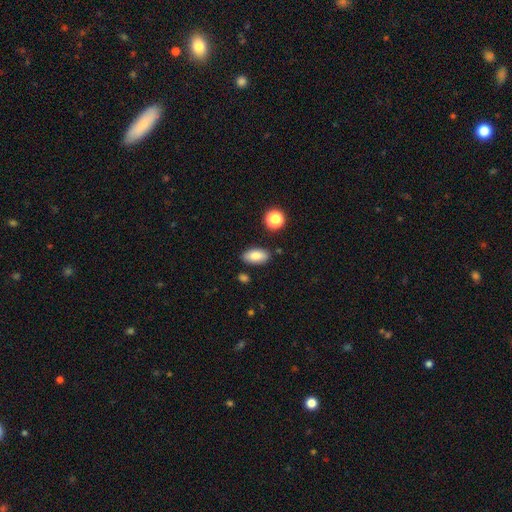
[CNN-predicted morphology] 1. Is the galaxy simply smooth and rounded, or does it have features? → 83% smooth, 8% star or artifact, 8% featured or disk.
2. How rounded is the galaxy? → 91% in between, 5% cigar-shaped, 4% round.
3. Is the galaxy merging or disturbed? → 84% none, 11% minor disturbance, 3% merger, 2% major disturbance.